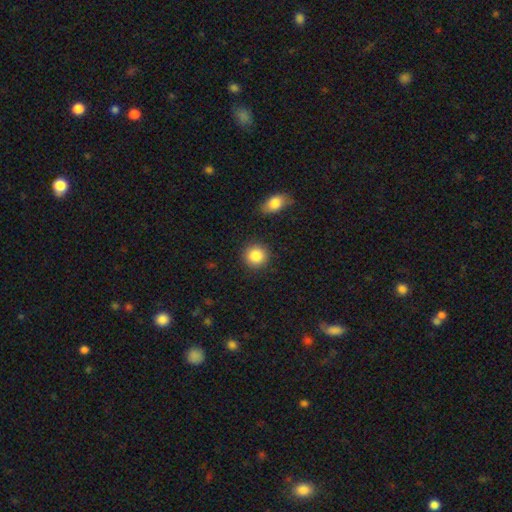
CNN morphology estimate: A smooth galaxy with no disk features (87%) that is round (91%). Merging: none (89%).